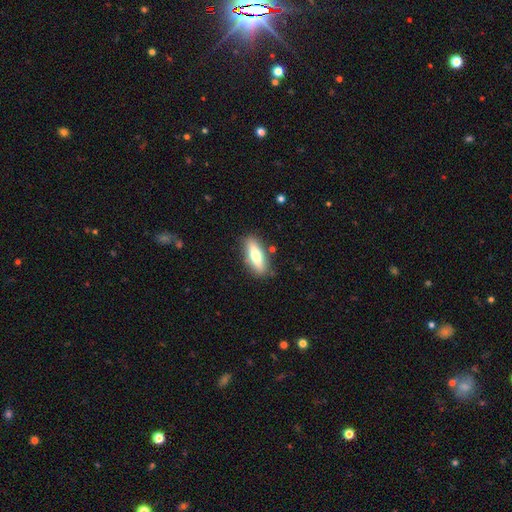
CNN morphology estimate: Smooth or featured: smooth — 57% (featured or disk — 37%)
How rounded: in between — 56% (cigar-shaped — 41%)
Merging: none — 85% (minor disturbance — 10%)